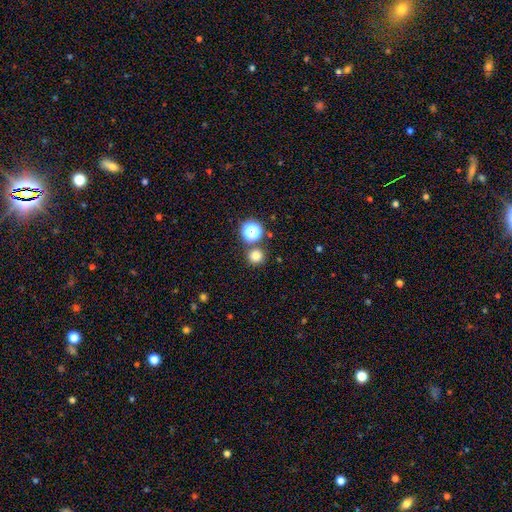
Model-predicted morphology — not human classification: smooth_or_featured: smooth (p=0.76) [alt: star or artifact p=0.19]
how_rounded: round (p=0.94) [alt: in between p=0.05]
merging: none (p=0.83) [alt: merger p=0.09]